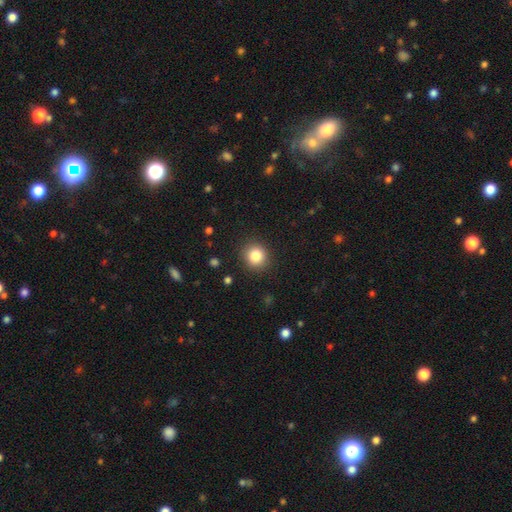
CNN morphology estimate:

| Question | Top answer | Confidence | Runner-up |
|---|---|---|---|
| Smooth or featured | smooth | 83% | star or artifact (11%) |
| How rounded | round | 88% | in between (11%) |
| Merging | none | 90% | minor disturbance (7%) |